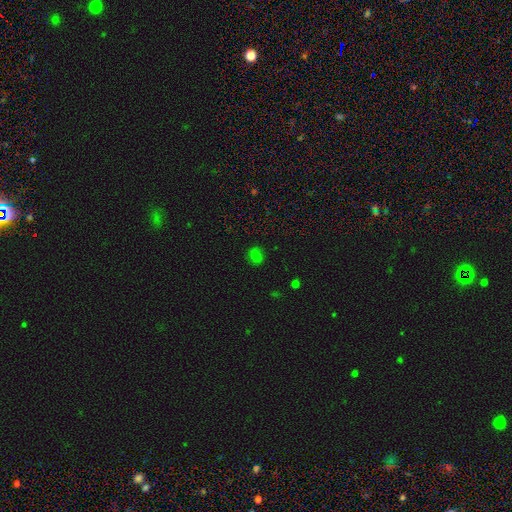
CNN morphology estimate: A smooth galaxy with no disk features (74%) that is in between round and cigar-shaped (50%). Merging: none (85%).